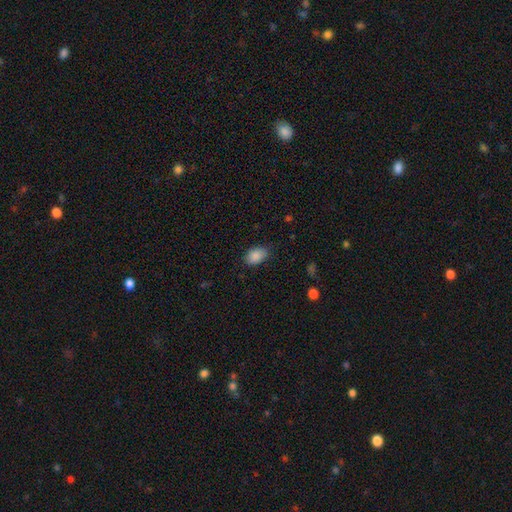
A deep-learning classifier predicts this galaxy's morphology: The model was most divided on "merging": none: 78%, minor disturbance: 17%, major disturbance: 3%, merger: 1%. More confident: smooth or featured — smooth (88%); how rounded — in between (88%).